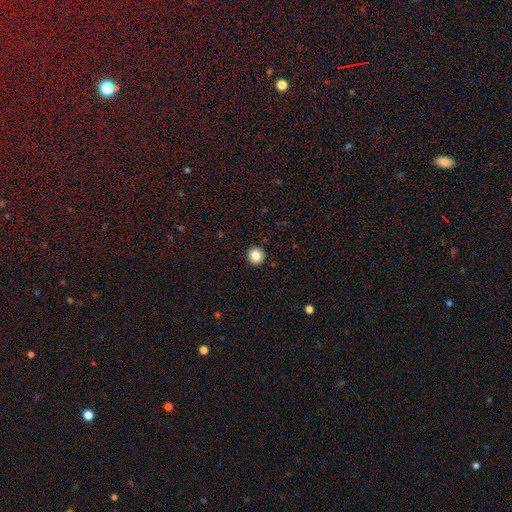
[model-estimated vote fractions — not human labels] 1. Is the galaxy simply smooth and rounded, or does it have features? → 85% smooth, 10% star or artifact, 5% featured or disk.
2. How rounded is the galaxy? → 94% round, 5% in between, 1% cigar-shaped.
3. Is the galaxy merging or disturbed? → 93% none, 5% minor disturbance, 2% major disturbance, 1% merger.